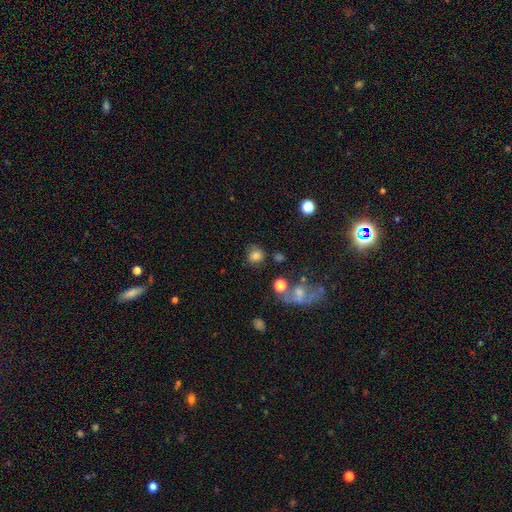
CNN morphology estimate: smooth_or_featured: smooth (p=0.78) [alt: star or artifact p=0.13]
how_rounded: round (p=0.85) [alt: in between p=0.14]
merging: none (p=0.72) [alt: minor disturbance p=0.15]